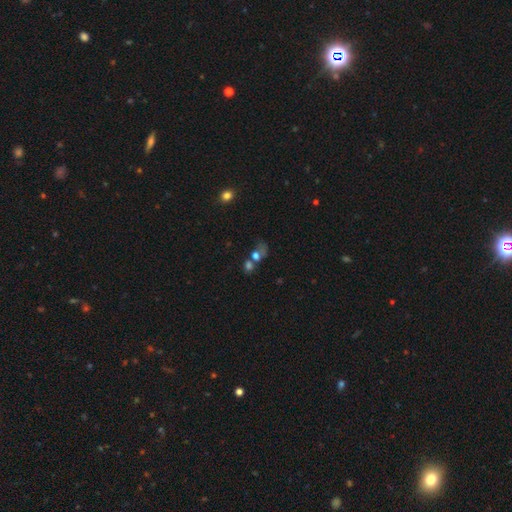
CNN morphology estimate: Smooth or featured? smooth (62%)
How rounded? in between (53%)
Merging? merger (47%)